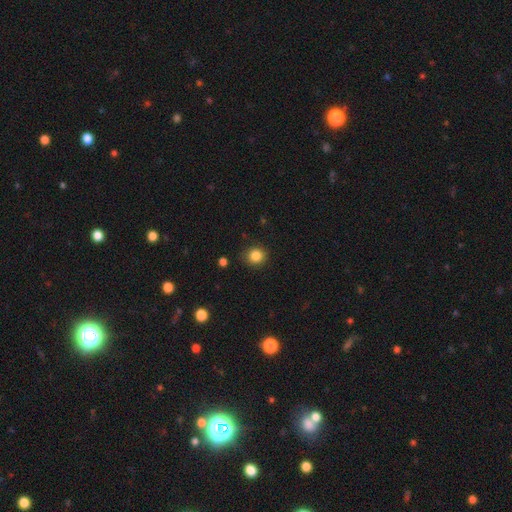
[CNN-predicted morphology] This appears to be a smooth galaxy with no disk features (85%) that is round (85%). Merging: none (86%).